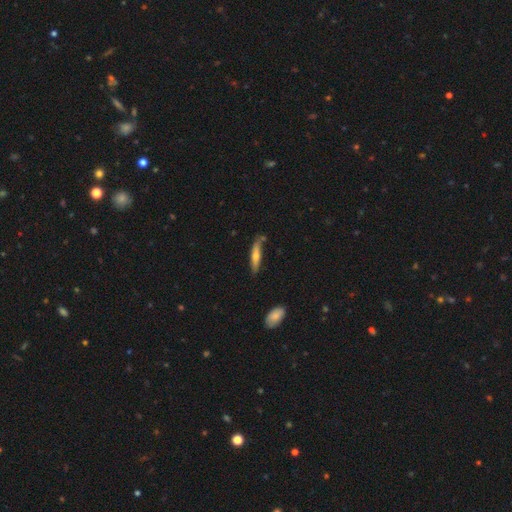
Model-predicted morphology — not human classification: Overall: smooth (53%; featured or disk 40%). How rounded: cigar-shaped (85%). Merging: none (72%).